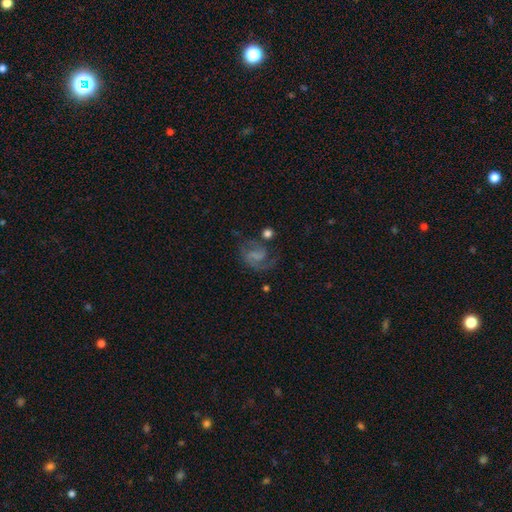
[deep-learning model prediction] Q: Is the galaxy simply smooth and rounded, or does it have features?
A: featured or disk — 77%.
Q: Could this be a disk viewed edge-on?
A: no — 98%.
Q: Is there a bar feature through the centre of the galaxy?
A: weak — 47%.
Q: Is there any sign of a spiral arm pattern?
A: yes — 94%.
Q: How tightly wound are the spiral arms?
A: medium — 52%.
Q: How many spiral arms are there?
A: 2 — 79%.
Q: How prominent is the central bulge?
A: none — 58%.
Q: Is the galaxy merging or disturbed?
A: none — 59%.